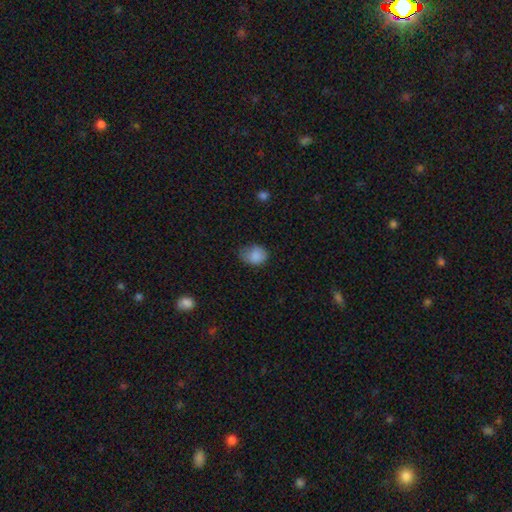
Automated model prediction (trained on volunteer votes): A smooth galaxy with no disk features (84%) that is in between round and cigar-shaped (55%). Merging: none (45%).